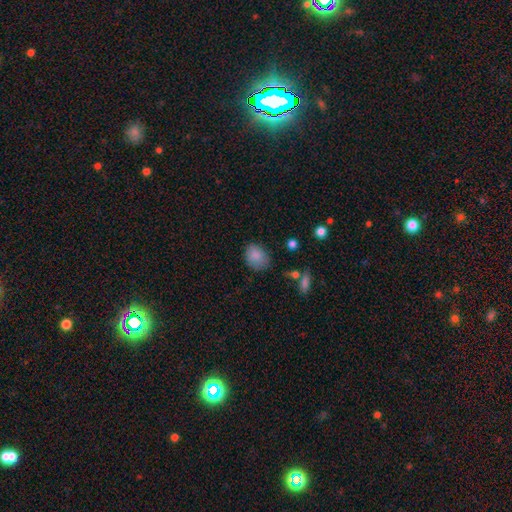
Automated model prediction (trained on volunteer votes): A smooth galaxy with no disk features (86%) that is in between round and cigar-shaped (61%). Merging: none (71%).